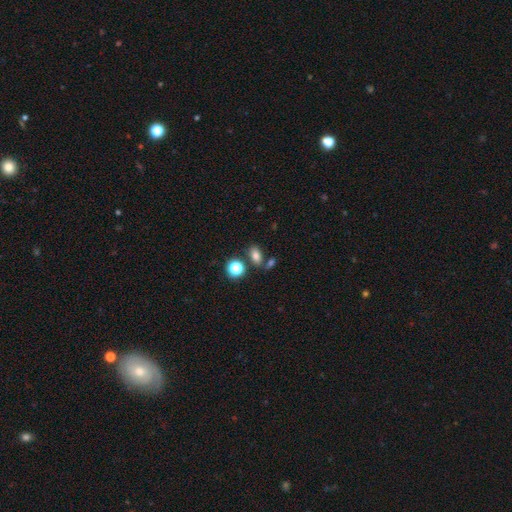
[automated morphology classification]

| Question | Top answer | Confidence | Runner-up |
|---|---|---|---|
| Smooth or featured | smooth | 78% | star or artifact (15%) |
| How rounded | in between | 79% | round (19%) |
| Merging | none | 67% | merger (18%) |